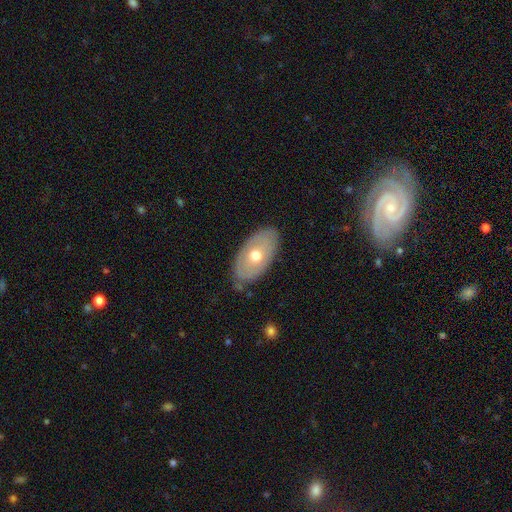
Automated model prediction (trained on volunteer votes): Q: Smooth or featured?
A: smooth (52%); runner-up: featured or disk (42%)
Q: How rounded?
A: in between (92%); runner-up: round (6%)
Q: Merging?
A: none (79%); runner-up: minor disturbance (16%)